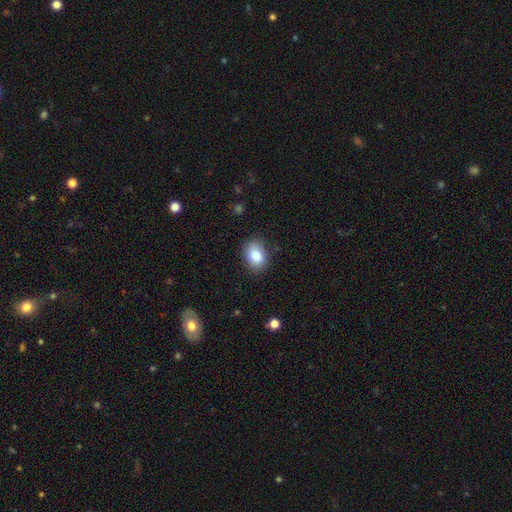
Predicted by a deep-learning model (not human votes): Smooth or featured: smooth — 85% (star or artifact — 8%)
How rounded: in between — 76% (round — 22%)
Merging: none — 83% (minor disturbance — 13%)